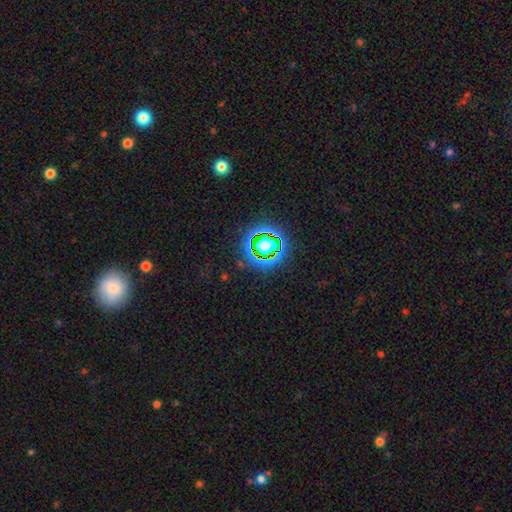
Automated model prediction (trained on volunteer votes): A star or artifact, not a galaxy (78%).

Vote fractions:
- Smooth or featured? star or artifact: 78% / smooth: 14% / featured or disk: 8%